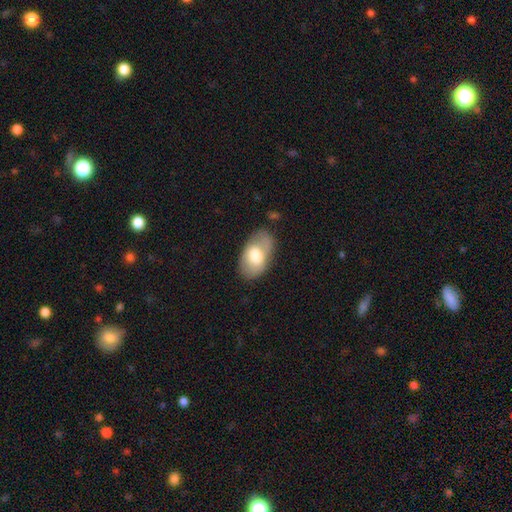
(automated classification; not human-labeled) smooth_or_featured: smooth (p=0.66) [alt: featured or disk p=0.28]
how_rounded: in between (p=0.93) [alt: round p=0.06]
merging: none (p=0.70) [alt: minor disturbance p=0.21]